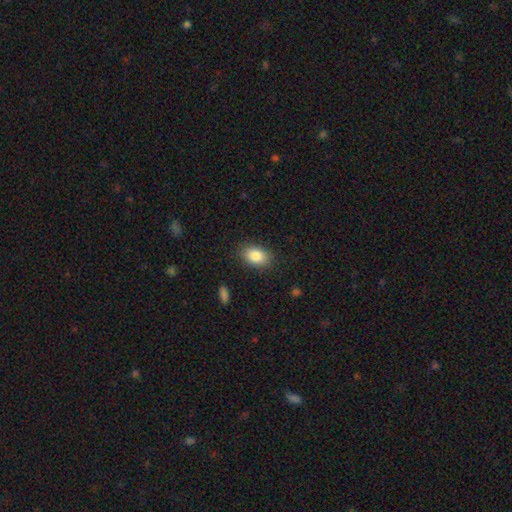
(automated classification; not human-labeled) Morphology: type=smooth (85%); roundness=in between (83%); merging=none (85%).